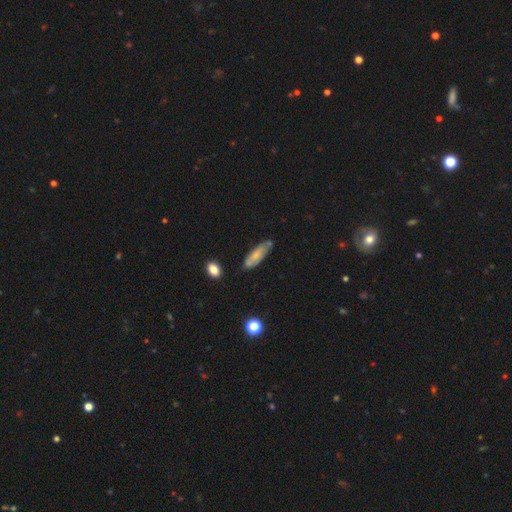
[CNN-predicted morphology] smooth-or-featured: smooth: 68% | featured or disk: 25% | star or artifact: 7%
  how-rounded: cigar-shaped: 52% | in between: 46% | round: 2%
  merging: none: 62% | minor disturbance: 27% | merger: 6% | major disturbance: 5%